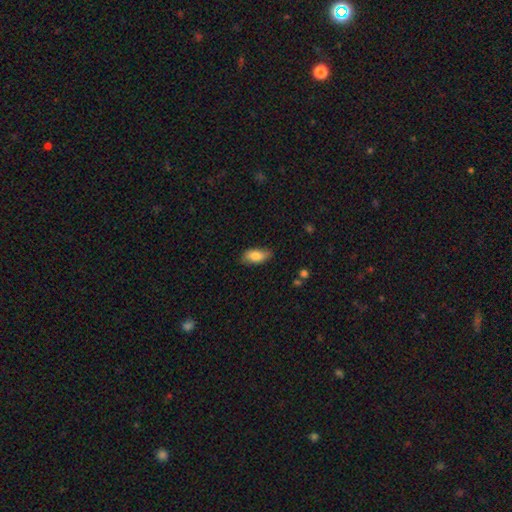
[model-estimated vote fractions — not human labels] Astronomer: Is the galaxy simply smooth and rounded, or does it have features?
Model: smooth — 82%.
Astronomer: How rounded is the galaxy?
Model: in between — 90%.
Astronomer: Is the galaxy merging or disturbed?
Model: none — 77%.